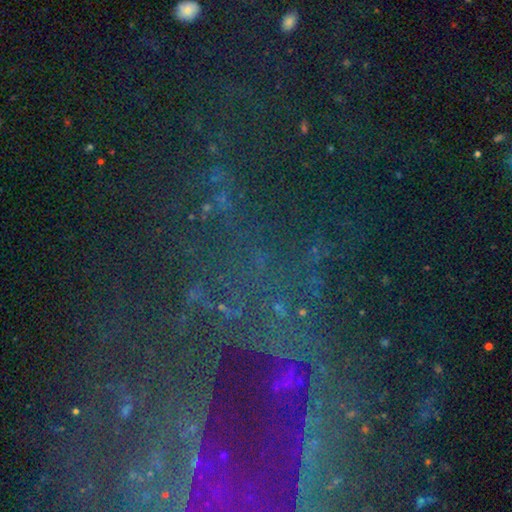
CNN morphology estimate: Q: Smooth or featured?
A: star or artifact (70%); runner-up: featured or disk (17%)